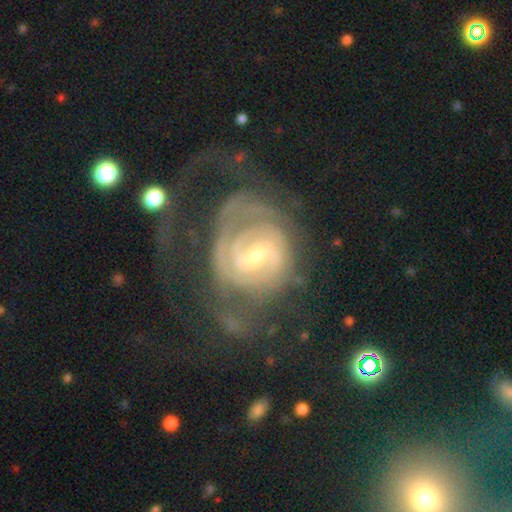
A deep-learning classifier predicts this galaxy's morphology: featured or disk 89%, smooth 6%, star or artifact 5%. Down the decision tree: edge-on disk — no (98%); bar — weak (55%); spiral arms — yes (96%); spiral arm count — 2 (46%); spiral winding — tight (66%); bulge size — small (50%); merging — none (48%).